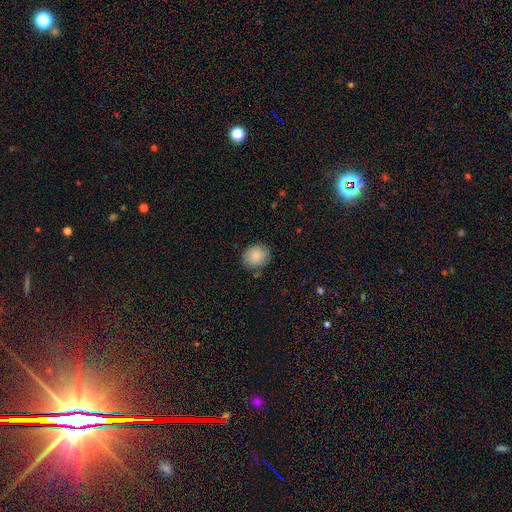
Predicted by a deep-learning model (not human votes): This is clearly a smooth galaxy (86%). How rounded: likely round (73%). Merging: clearly none (84%).